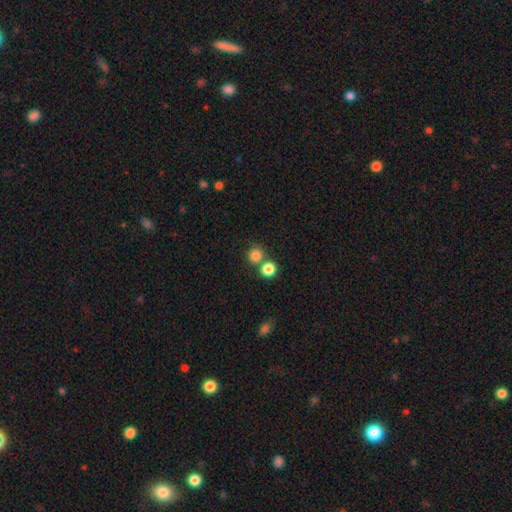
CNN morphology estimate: A smooth galaxy with no disk features (83%) that is round (89%). Merging: none (63%).